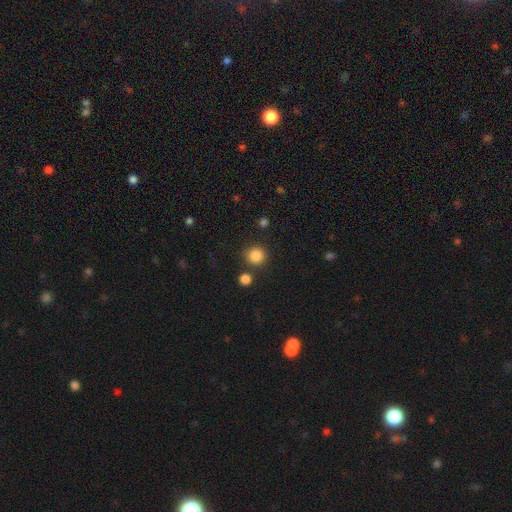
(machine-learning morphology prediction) Smooth or featured?
  - smooth: 86% *
  - star or artifact: 10%
  - featured or disk: 4%
How rounded?
  - round: 93% *
  - in between: 7%
  - cigar-shaped: 1%
Merging?
  - none: 83% *
  - minor disturbance: 8%
  - merger: 7%
  - major disturbance: 3%